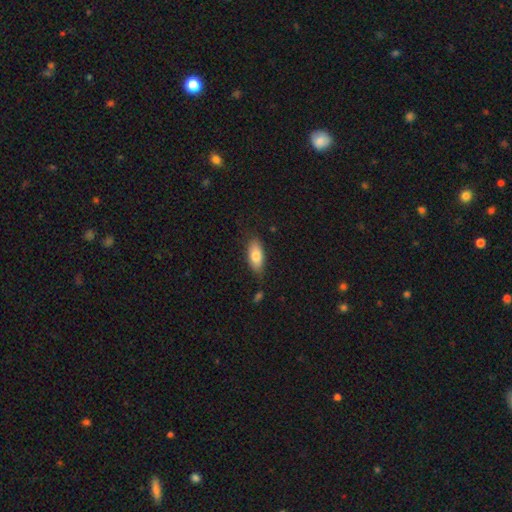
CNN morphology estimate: Overall: smooth (81%). How rounded: in between (84%). Merging: none (77%).